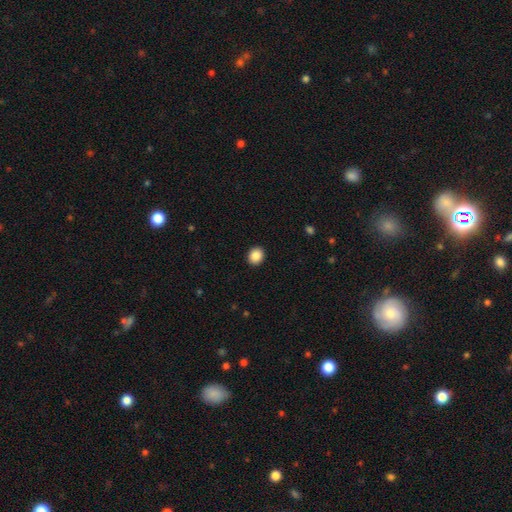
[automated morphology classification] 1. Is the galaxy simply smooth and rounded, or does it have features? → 88% smooth, 9% star or artifact, 3% featured or disk.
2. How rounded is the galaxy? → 72% round, 27% in between, 1% cigar-shaped.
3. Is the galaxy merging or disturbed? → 92% none, 5% minor disturbance, 2% major disturbance, 1% merger.